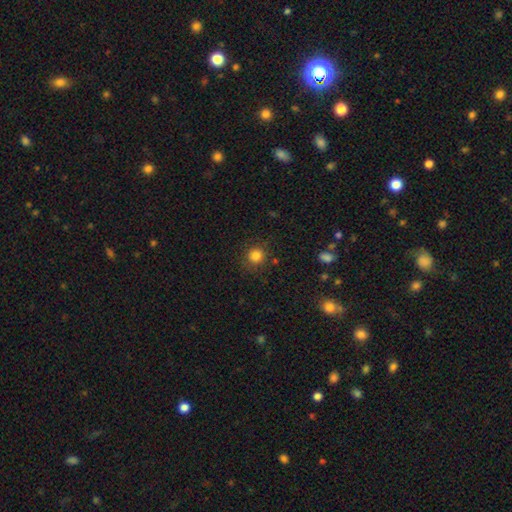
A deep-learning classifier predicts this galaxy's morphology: Smooth or featured? Predicted: smooth (p=0.83). How rounded? Predicted: round (p=0.92). Merging? Predicted: none (p=0.86).